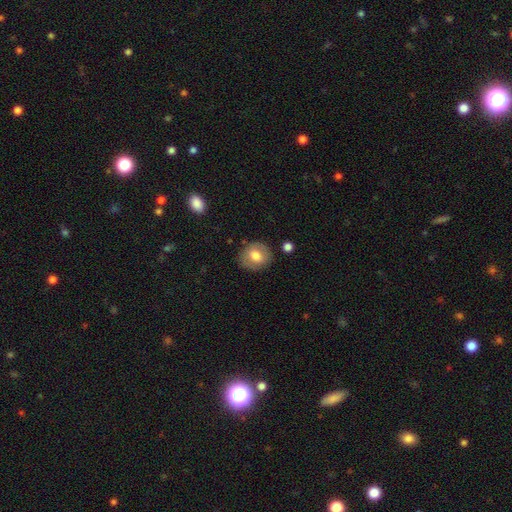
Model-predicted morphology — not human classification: The model was most divided on "how rounded": round: 69%, in between: 30%, cigar-shaped: 1%. More confident: merging — none (81%); smooth or featured — smooth (66%).